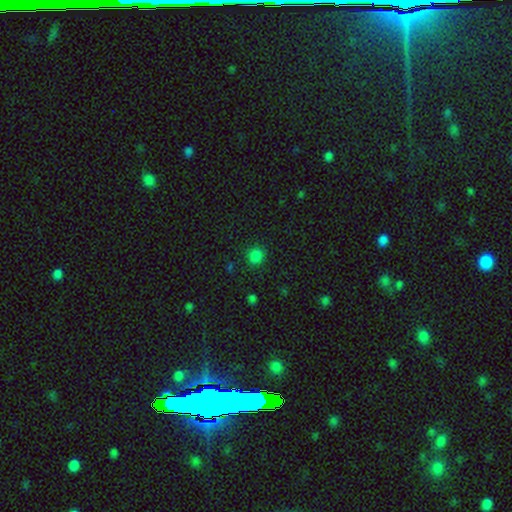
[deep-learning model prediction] Morphology: type=smooth (81%); roundness=round (82%); merging=none (87%).